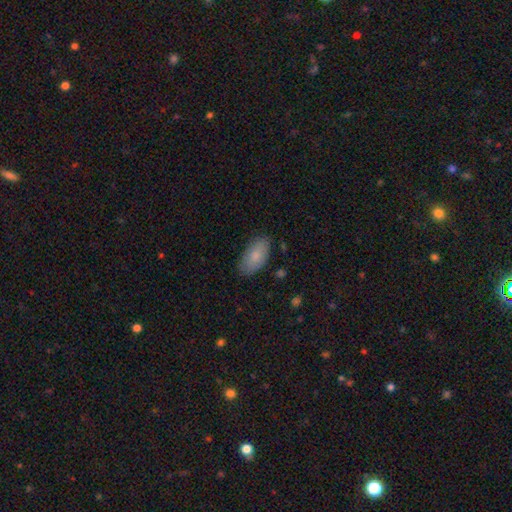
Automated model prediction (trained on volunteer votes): This is clearly a smooth galaxy (82%). How rounded: clearly in between (94%). Merging: clearly none (80%).